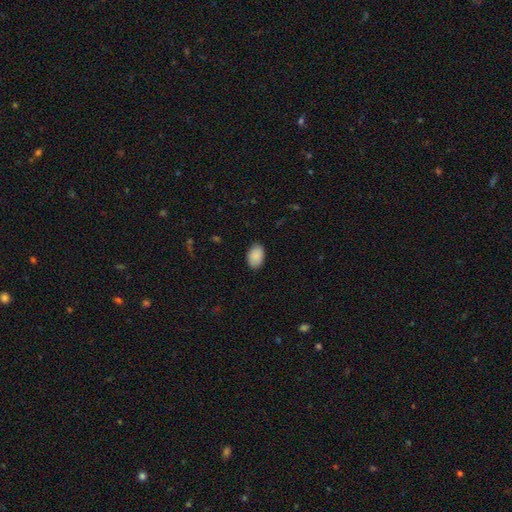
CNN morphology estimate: A smooth galaxy with no disk features (90%) that is in between round and cigar-shaped (90%). Merging: none (88%).